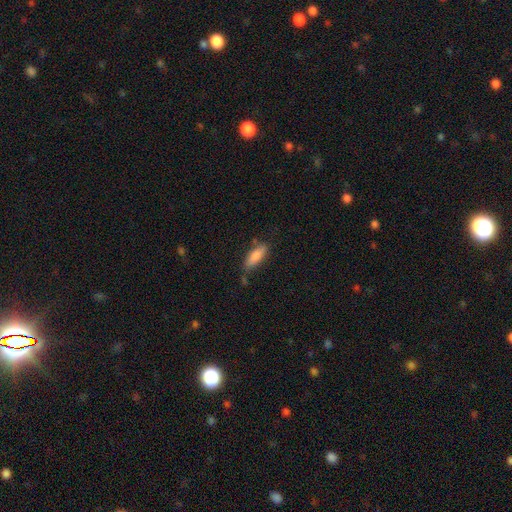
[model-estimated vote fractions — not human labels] Smooth or featured? smooth (82%)
How rounded? in between (62%)
Merging? none (71%)